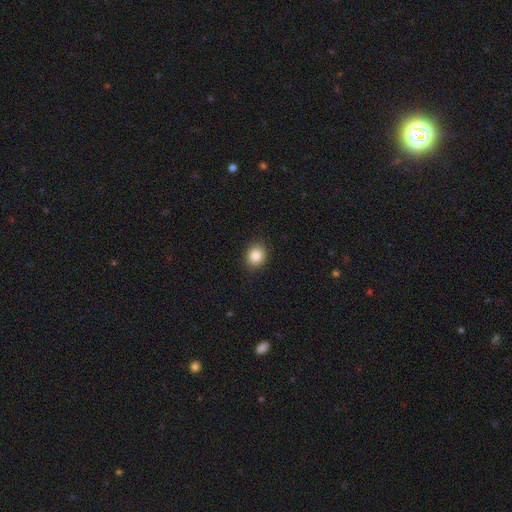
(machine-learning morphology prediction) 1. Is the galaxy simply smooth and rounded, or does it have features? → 85% smooth, 9% star or artifact, 5% featured or disk.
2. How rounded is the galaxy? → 62% round, 37% in between, 1% cigar-shaped.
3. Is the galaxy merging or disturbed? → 90% none, 7% minor disturbance, 2% major disturbance, 1% merger.